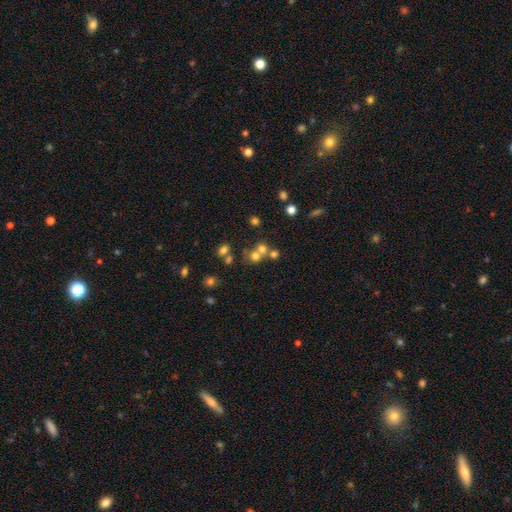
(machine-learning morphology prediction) Smooth or featured: smooth — 63% (star or artifact — 20%)
How rounded: round — 82% (in between — 17%)
Merging: merger — 47% (none — 42%)